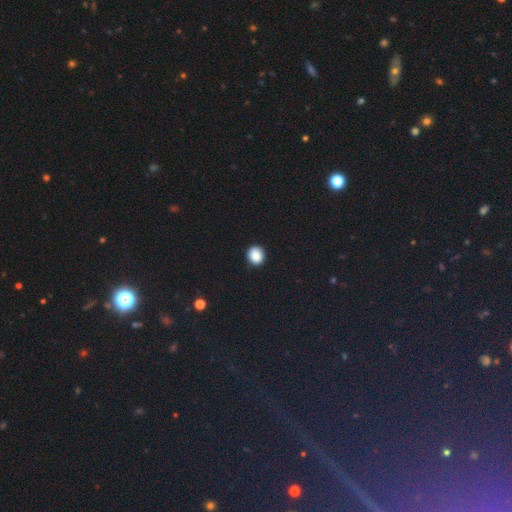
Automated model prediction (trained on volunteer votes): Smooth or featured? Predicted: smooth (p=0.88). How rounded? Predicted: round (p=0.82). Merging? Predicted: none (p=0.92).